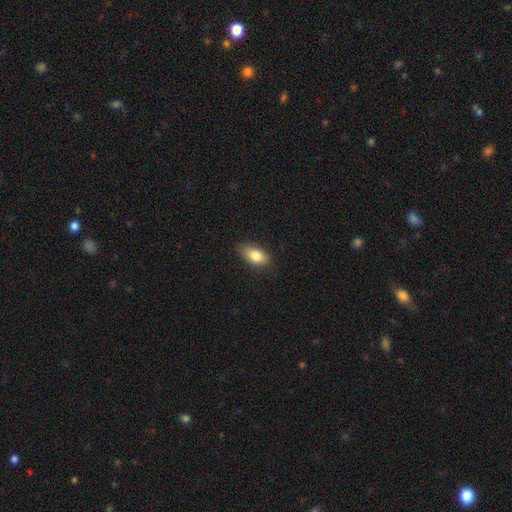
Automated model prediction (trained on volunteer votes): Smooth or featured? smooth (82%)
How rounded? in between (88%)
Merging? none (82%)